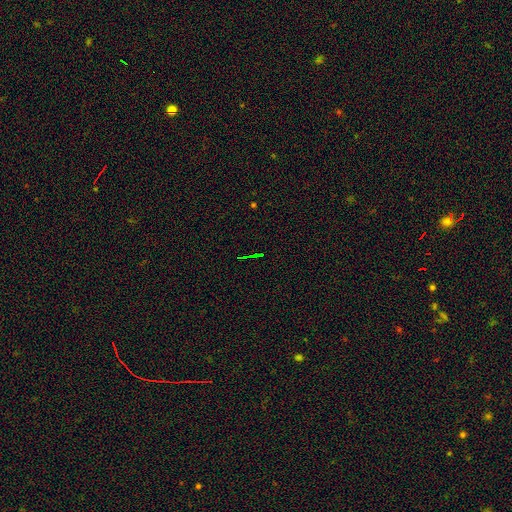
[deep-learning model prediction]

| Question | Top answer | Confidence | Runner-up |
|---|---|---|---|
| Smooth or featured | star or artifact | 73% | smooth (14%) |